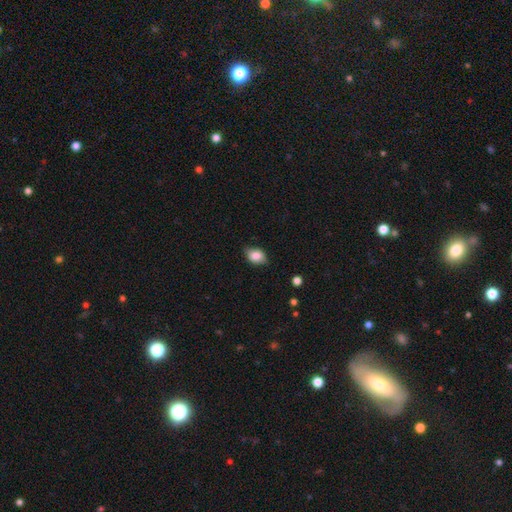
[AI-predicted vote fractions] smooth_or_featured: smooth (p=0.82) [alt: featured or disk p=0.10]
how_rounded: in between (p=0.78) [alt: round p=0.21]
merging: none (p=0.77) [alt: minor disturbance p=0.18]